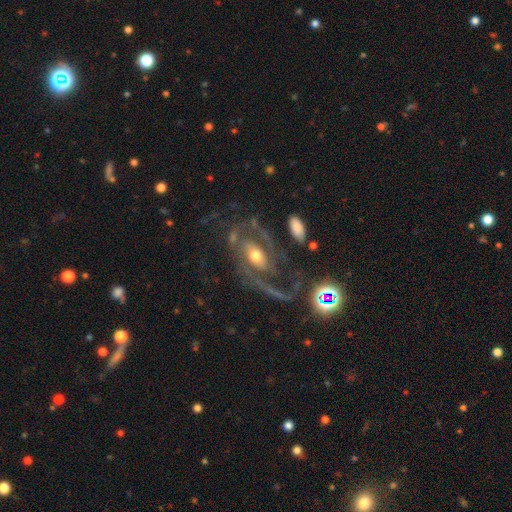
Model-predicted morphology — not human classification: A featured or disk galaxy (85%) with no bar (50%), 2 (70%) medium (45%) spiral arms (91%) and a moderate central bulge (66%).

Vote fractions:
- Smooth or featured? featured or disk: 85% / smooth: 8% / star or artifact: 6%
- Edge-on disk? no: 96% / yes: 4%
- Bar? no: 50% / weak: 31% / strong: 19%
- Spiral arms? yes: 91% / no: 9%
- Spiral winding? medium: 45% / loose: 34% / tight: 21%
- Spiral arm count? 2: 70% / can't tell: 9% / 1: 8% / 3: 7% / 4: 3% / more than 4: 3%
- Bulge size? moderate: 66% / small: 22% / large: 9% / none: 2% / dominant: 2%
- Merging? none: 47% / major disturbance: 30% / minor disturbance: 17% / merger: 6%